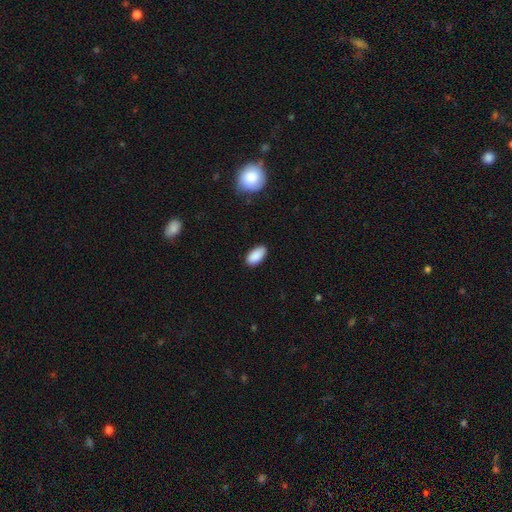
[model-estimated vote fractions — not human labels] This is clearly a smooth galaxy (89%). How rounded: clearly in between (94%). Merging: clearly none (85%).